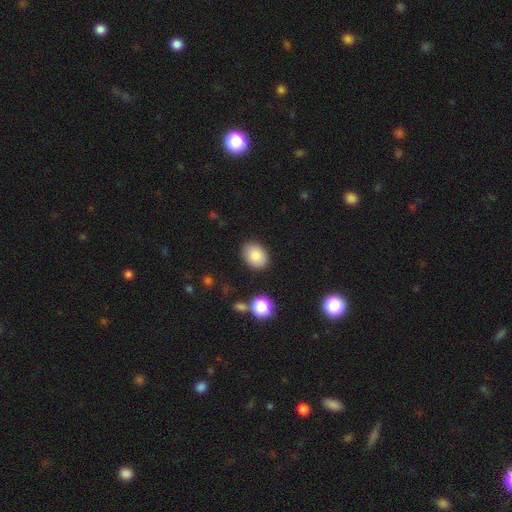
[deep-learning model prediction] Morphology: type=smooth (85%); roundness=in between (74%); merging=none (86%).